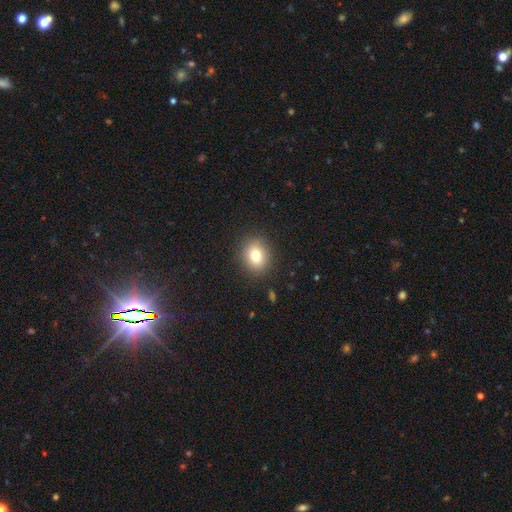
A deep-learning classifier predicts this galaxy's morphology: smooth-or-featured: smooth: 78% | star or artifact: 12% | featured or disk: 10%
  how-rounded: round: 66% | in between: 33% | cigar-shaped: 1%
  merging: none: 89% | minor disturbance: 7% | major disturbance: 3% | merger: 1%